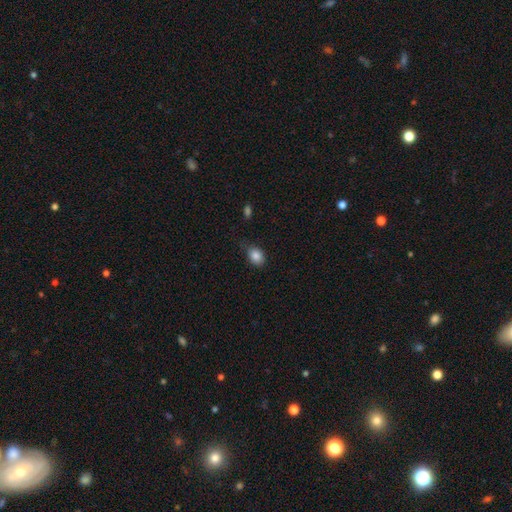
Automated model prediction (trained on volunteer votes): This appears to be a smooth galaxy with no disk features (85%) that is in between round and cigar-shaped (69%). Merging: none (68%).